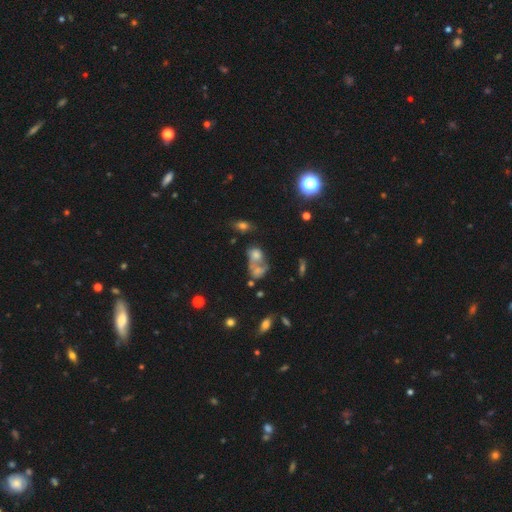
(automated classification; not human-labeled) smooth_or_featured: smooth (p=0.52) [alt: featured or disk p=0.26]
how_rounded: in between (p=0.52) [alt: round p=0.45]
merging: merger (p=0.55) [alt: none p=0.26]